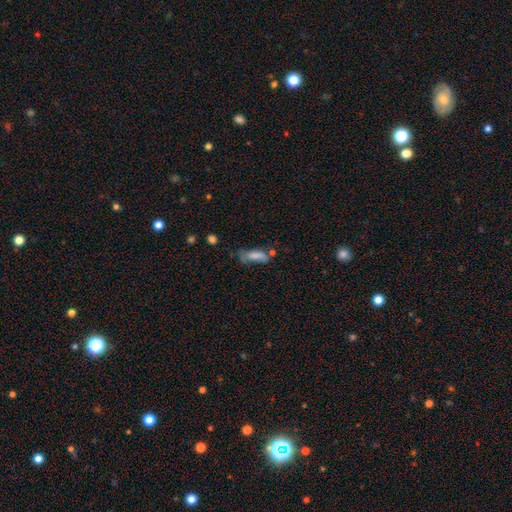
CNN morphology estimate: smooth 75%, featured or disk 16%, star or artifact 10%. Down the decision tree: how rounded — in between (61%); merging — none (36%).